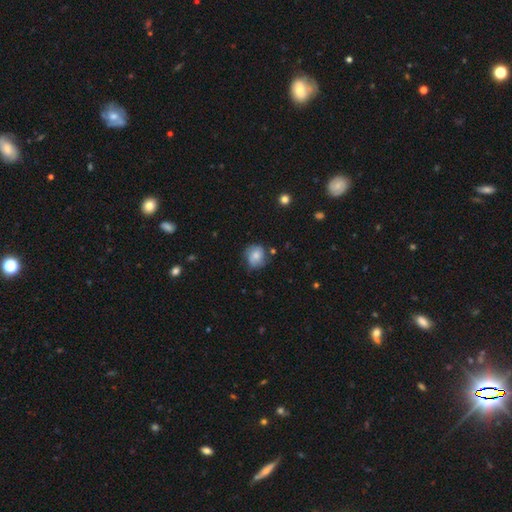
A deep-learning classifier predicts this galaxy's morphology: smooth 64%, featured or disk 28%, star or artifact 8%. Down the decision tree: how rounded — round (80%); merging — none (67%).